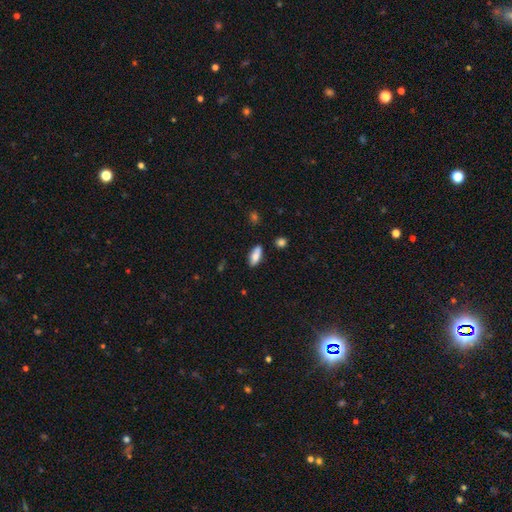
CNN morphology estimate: Smooth or featured? smooth (79%)
How rounded? in between (77%)
Merging? none (82%)